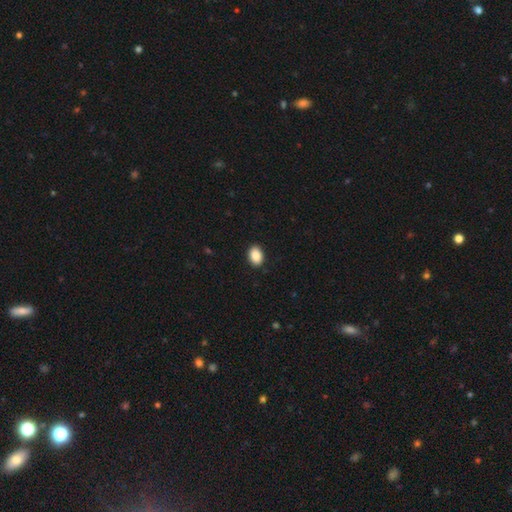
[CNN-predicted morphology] A smooth galaxy with no disk features (89%) that is in between round and cigar-shaped (82%).

Vote fractions:
- Smooth or featured? smooth: 89% / star or artifact: 8% / featured or disk: 4%
- How rounded? in between: 82% / round: 16% / cigar-shaped: 1%
- Merging? none: 91% / minor disturbance: 7% / major disturbance: 2% / merger: 1%